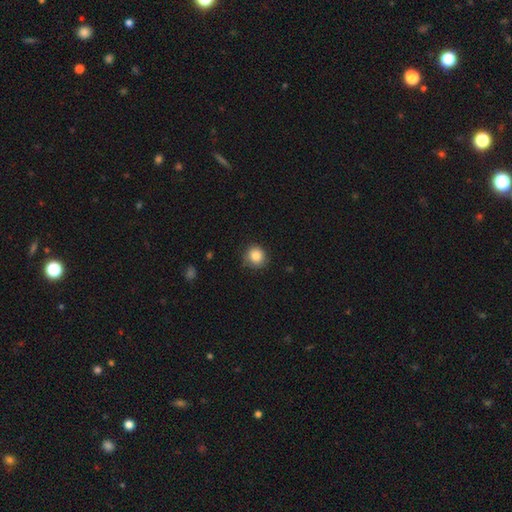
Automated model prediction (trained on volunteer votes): A smooth galaxy with no disk features (85%) that is round (91%).

Vote fractions:
- Smooth or featured? smooth: 85% / star or artifact: 10% / featured or disk: 5%
- How rounded? round: 91% / in between: 8% / cigar-shaped: 1%
- Merging? none: 79% / minor disturbance: 17% / major disturbance: 3% / merger: 1%